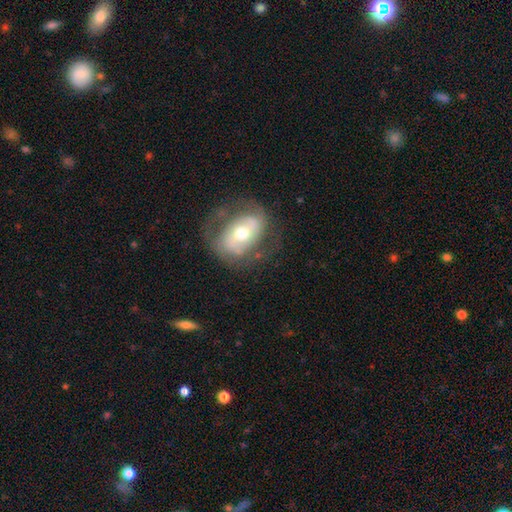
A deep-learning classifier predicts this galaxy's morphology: This appears to be a featured or disk galaxy (67%) with no bar (43%), spiral arms (65%) and a moderate central bulge (59%). Merging: none (68%).